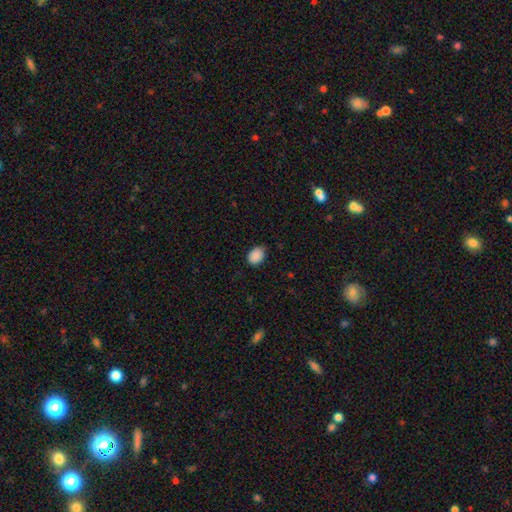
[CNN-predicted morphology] Q: Smooth or featured?
A: smooth (89%); runner-up: star or artifact (8%)
Q: How rounded?
A: in between (64%); runner-up: round (36%)
Q: Merging?
A: none (81%); runner-up: minor disturbance (15%)